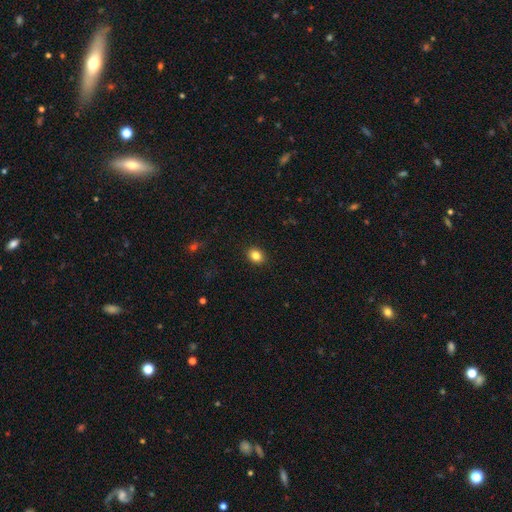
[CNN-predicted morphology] A smooth galaxy with no disk features (84%) that is round (58%). Merging: none (91%).